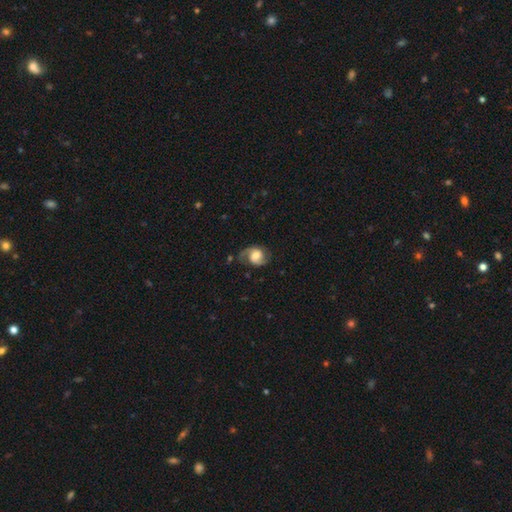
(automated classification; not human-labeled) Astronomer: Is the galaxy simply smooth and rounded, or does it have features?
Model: featured or disk — 74%.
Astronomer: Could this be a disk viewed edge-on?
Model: no — 98%.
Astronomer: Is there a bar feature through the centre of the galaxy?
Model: no — 56% (runner-up: weak, 36%).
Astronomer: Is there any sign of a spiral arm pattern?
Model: yes — 95%.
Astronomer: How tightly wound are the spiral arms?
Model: medium — 46% (runner-up: loose, 34%).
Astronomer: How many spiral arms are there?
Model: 2 — 80%.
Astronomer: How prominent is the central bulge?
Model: large — 37% (runner-up: moderate, 36%).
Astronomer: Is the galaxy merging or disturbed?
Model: none — 62%.